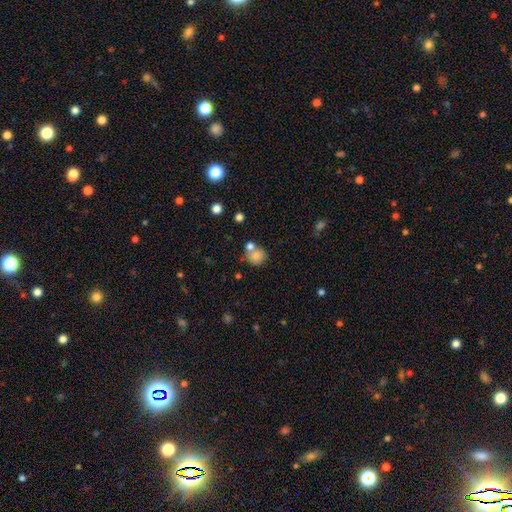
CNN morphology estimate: type=smooth (80%); roundness=round (76%); merging=none (49%).